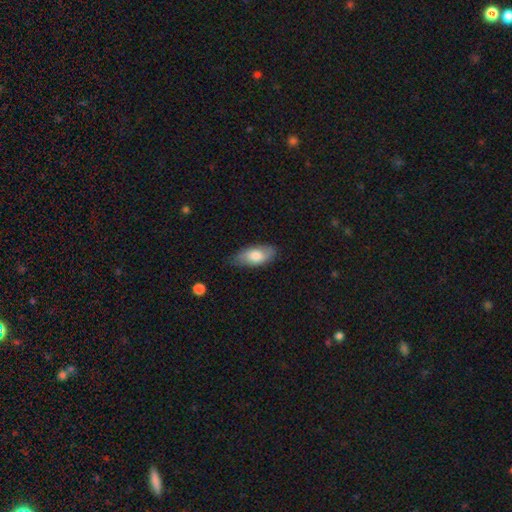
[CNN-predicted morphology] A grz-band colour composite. It shows a smooth galaxy with no disk features (76%) that is in between round and cigar-shaped (88%). Merging: none (69%).